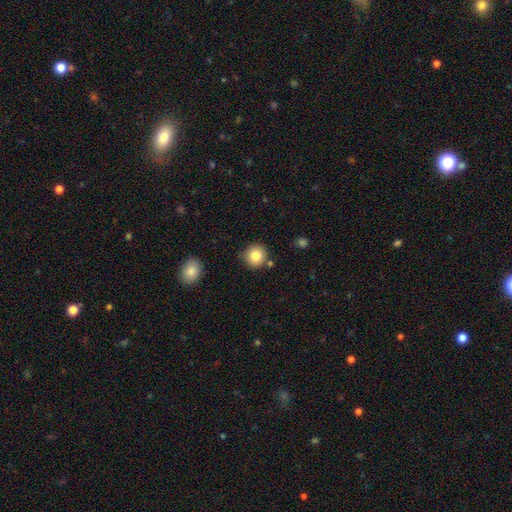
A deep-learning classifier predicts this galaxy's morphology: smooth 84%, star or artifact 9%, featured or disk 7%. Down the decision tree: how rounded — round (92%); merging — none (83%).